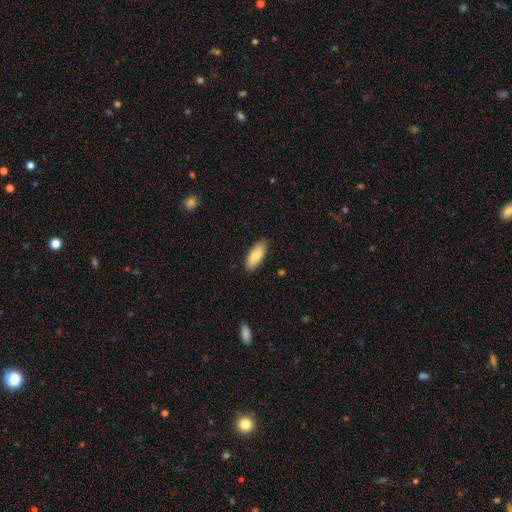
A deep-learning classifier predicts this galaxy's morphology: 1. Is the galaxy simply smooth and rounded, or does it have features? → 82% smooth, 12% featured or disk, 6% star or artifact.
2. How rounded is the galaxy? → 81% in between, 17% cigar-shaped, 2% round.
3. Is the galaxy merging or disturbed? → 87% none, 10% minor disturbance, 2% major disturbance, 1% merger.